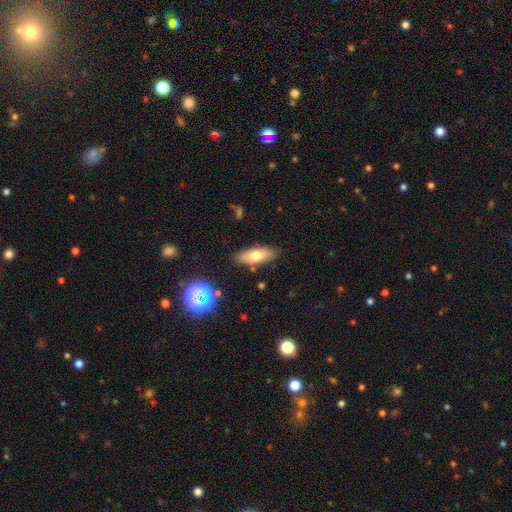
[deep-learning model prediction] Morphology: type=smooth (68%); roundness=in between (69%); merging=none (83%).